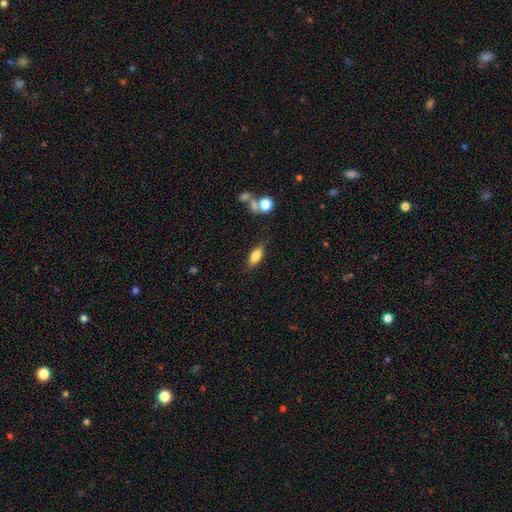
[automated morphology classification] smooth_or_featured: smooth (p=0.74) [alt: featured or disk p=0.18]
how_rounded: in between (p=0.75) [alt: cigar-shaped p=0.22]
merging: none (p=0.73) [alt: minor disturbance p=0.17]